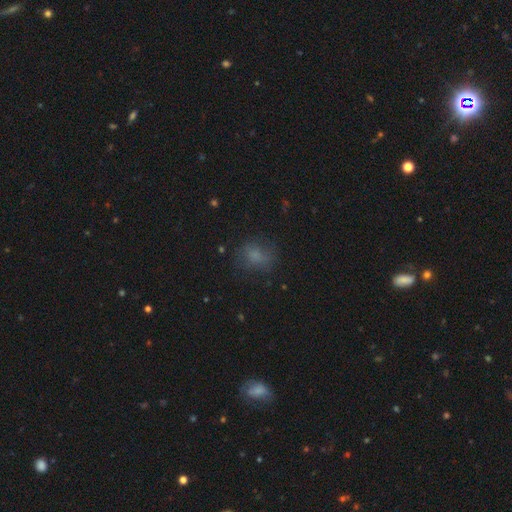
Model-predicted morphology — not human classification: smooth-or-featured: smooth: 71% | star or artifact: 16% | featured or disk: 13%
  how-rounded: in between: 50% | round: 48% | cigar-shaped: 2%
  merging: none: 66% | minor disturbance: 21% | major disturbance: 12% | merger: 2%